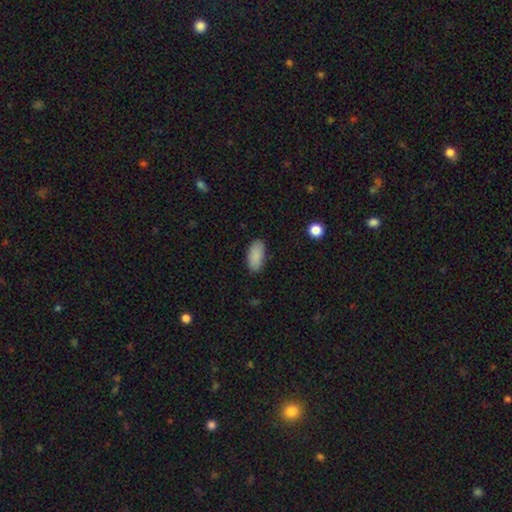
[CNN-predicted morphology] A smooth galaxy with no disk features (89%) that is in between round and cigar-shaped (92%).

Vote fractions:
- Smooth or featured? smooth: 89% / star or artifact: 7% / featured or disk: 4%
- How rounded? in between: 92% / cigar-shaped: 5% / round: 2%
- Merging? none: 86% / minor disturbance: 11% / major disturbance: 2% / merger: 1%